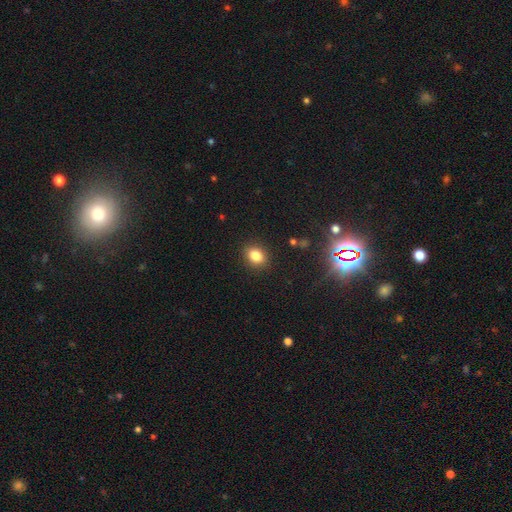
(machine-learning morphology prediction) Overall: smooth (84%). How rounded: in between (61%; round 38%). Merging: none (88%).